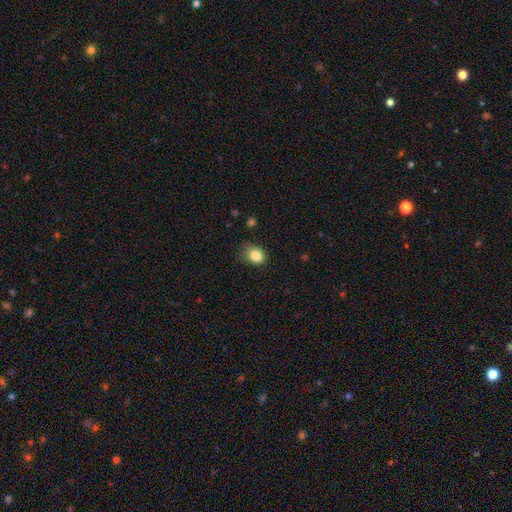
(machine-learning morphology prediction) This is clearly a smooth galaxy (85%). How rounded: possibly in between (52%). Merging: likely none (60%).